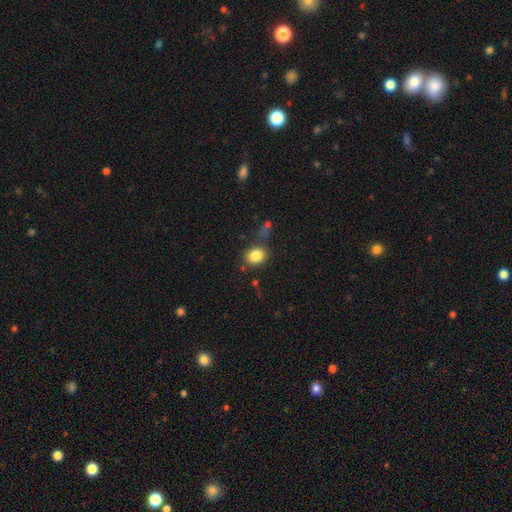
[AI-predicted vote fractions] Smooth or featured?
  - smooth: 84% *
  - star or artifact: 9%
  - featured or disk: 6%
How rounded?
  - round: 55% *
  - in between: 44%
  - cigar-shaped: 1%
Merging?
  - none: 73% *
  - minor disturbance: 14%
  - merger: 7%
  - major disturbance: 5%